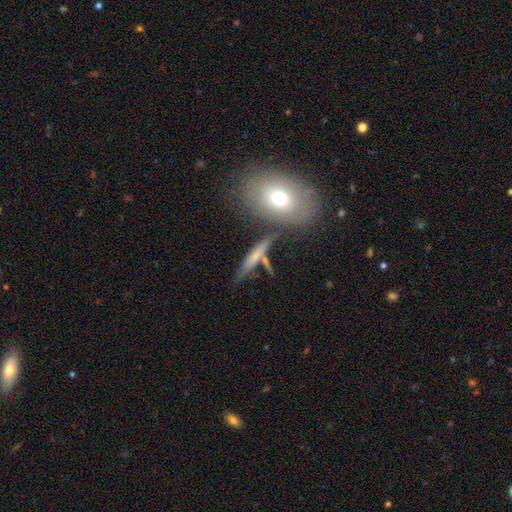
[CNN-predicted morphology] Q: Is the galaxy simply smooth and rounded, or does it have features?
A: smooth — 50%.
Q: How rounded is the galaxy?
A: cigar-shaped — 76%.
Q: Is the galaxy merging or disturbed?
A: none — 61%.